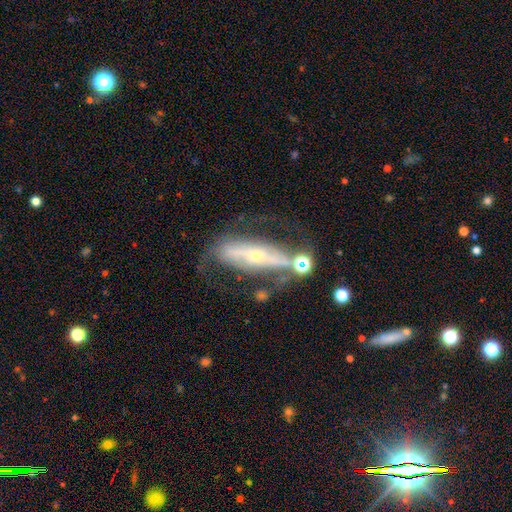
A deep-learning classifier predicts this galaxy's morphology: Q: Smooth or featured?
A: featured or disk (73%); runner-up: smooth (20%)
Q: Edge-on disk?
A: no (67%); runner-up: yes (33%)
Q: Merging?
A: none (51%); runner-up: minor disturbance (20%)